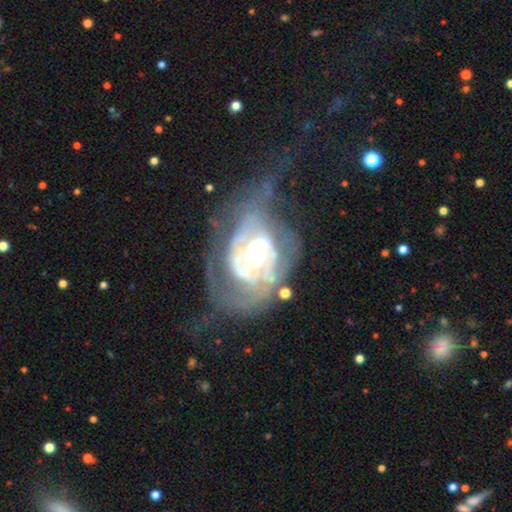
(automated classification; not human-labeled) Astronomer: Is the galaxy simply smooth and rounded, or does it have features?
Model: featured or disk — 87%.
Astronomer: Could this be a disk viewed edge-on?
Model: no — 97%.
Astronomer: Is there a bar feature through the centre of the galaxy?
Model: no — 54% (runner-up: weak, 33%).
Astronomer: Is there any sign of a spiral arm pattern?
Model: yes — 86%.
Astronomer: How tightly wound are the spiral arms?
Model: tight — 57%.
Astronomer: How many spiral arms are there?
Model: can't tell — 37% (runner-up: 2, 35%).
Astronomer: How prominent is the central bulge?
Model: moderate — 59%.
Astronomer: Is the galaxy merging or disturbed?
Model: major disturbance — 41% (runner-up: none, 32%).